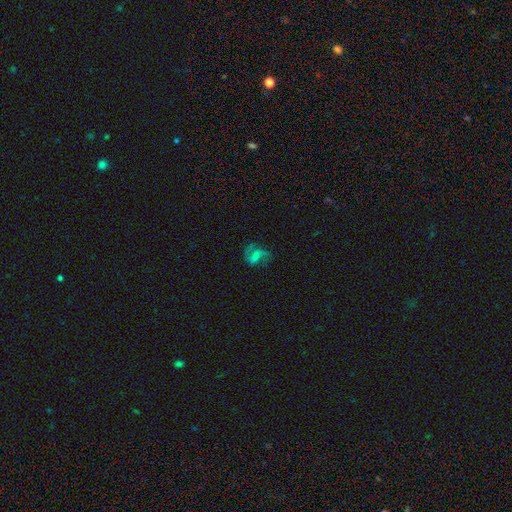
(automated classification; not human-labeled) Smooth or featured: featured or disk — 57% (smooth — 30%)
Edge-on disk: no — 97% (yes — 3%)
Bar: weak — 40% (no — 36%)
Spiral arms: yes — 79% (no — 21%)
Bulge size: none — 55% (small — 21%)
Merging: none — 44% (major disturbance — 33%)